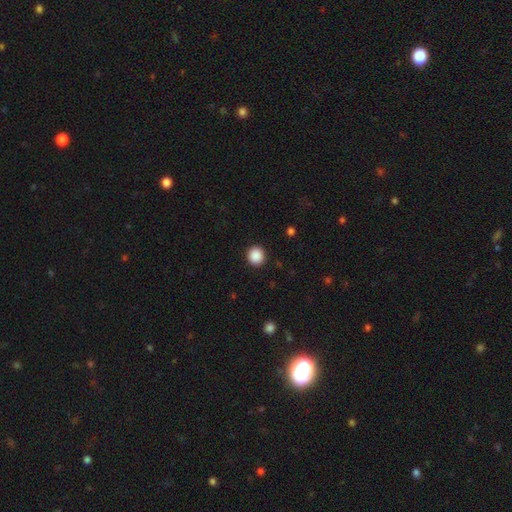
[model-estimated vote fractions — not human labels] The model was most divided on "smooth or featured": smooth: 89%, star or artifact: 9%, featured or disk: 2%. More confident: merging — none (92%); how rounded — round (92%).